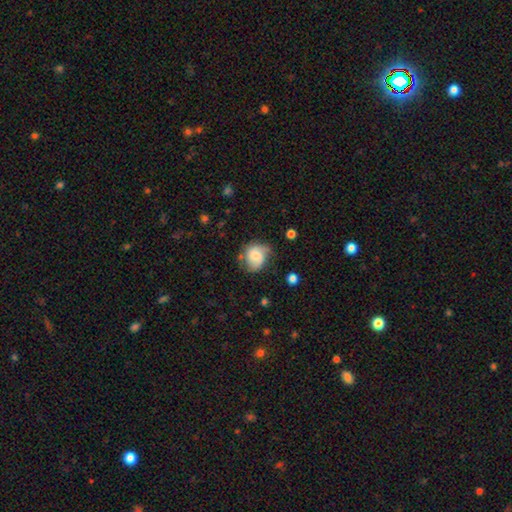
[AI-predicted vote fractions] This is possibly a smooth galaxy (53%). How rounded: likely round (62%). Merging: possibly none (51%).